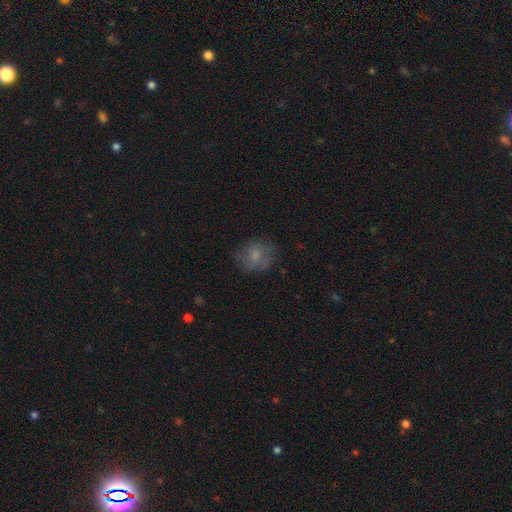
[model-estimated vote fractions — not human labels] This is likely a smooth galaxy (67%). How rounded: likely round (70%). Merging: likely none (65%).